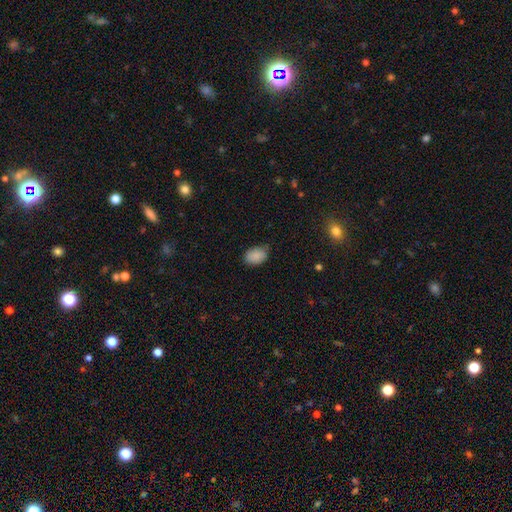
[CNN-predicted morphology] smooth 87%, star or artifact 8%, featured or disk 5%. Down the decision tree: how rounded — in between (81%); merging — none (72%).